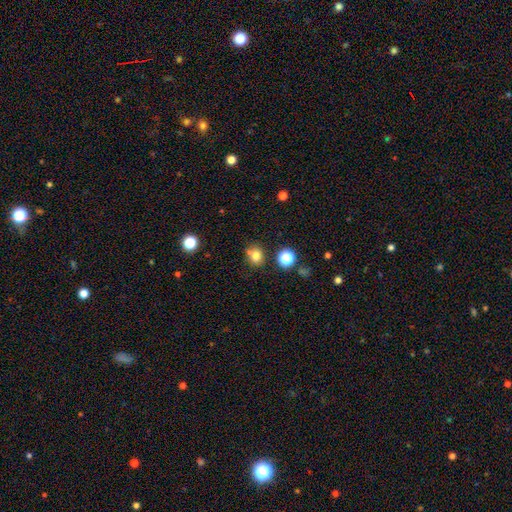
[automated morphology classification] Smooth or featured?
  - smooth: 76% *
  - star or artifact: 16%
  - featured or disk: 8%
How rounded?
  - round: 72% *
  - in between: 27%
  - cigar-shaped: 1%
Merging?
  - none: 69% *
  - merger: 16%
  - minor disturbance: 12%
  - major disturbance: 4%